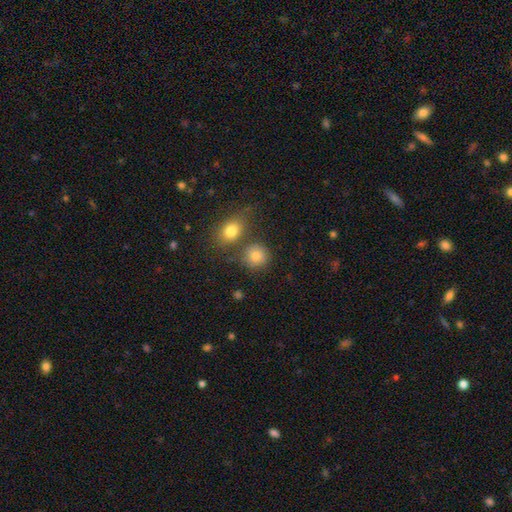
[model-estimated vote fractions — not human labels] Smooth or featured? Predicted: smooth (p=0.81). How rounded? Predicted: round (p=0.84). Merging? Predicted: none (p=0.68).